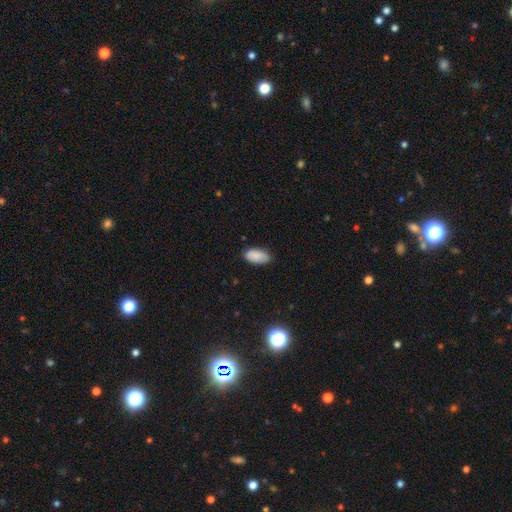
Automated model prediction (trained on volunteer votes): This is clearly a smooth galaxy (86%). How rounded: clearly in between (94%). Merging: likely none (79%).